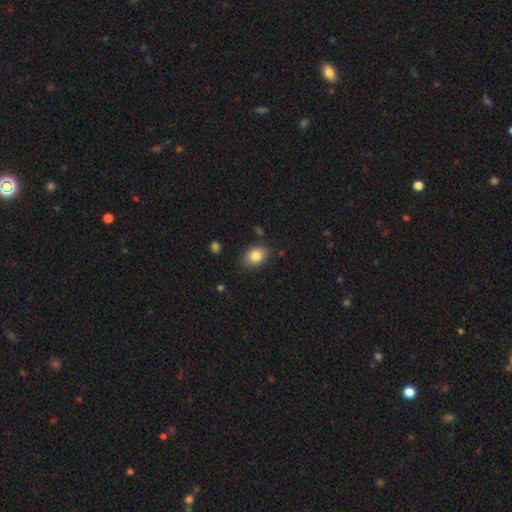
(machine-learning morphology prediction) This appears to be a smooth galaxy with no disk features (84%) that is in between round and cigar-shaped (69%). Merging: none (84%).